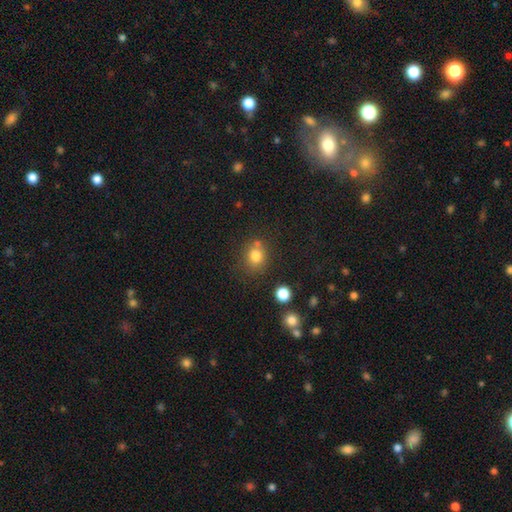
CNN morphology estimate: A smooth galaxy with no disk features (79%) that is round (77%). Merging: none (67%).